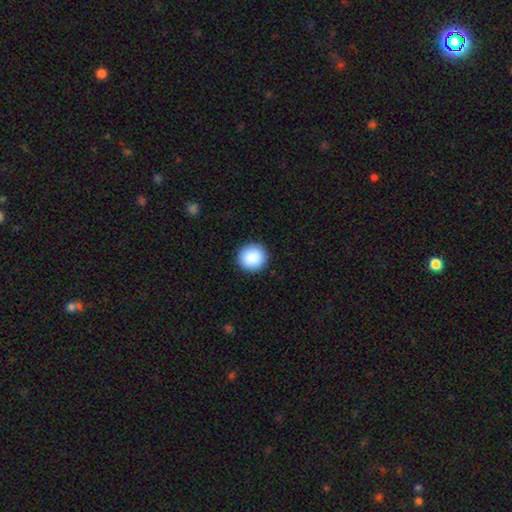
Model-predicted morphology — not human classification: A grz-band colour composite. It shows a smooth galaxy with no disk features (89%) that is round (94%). Merging: none (92%).